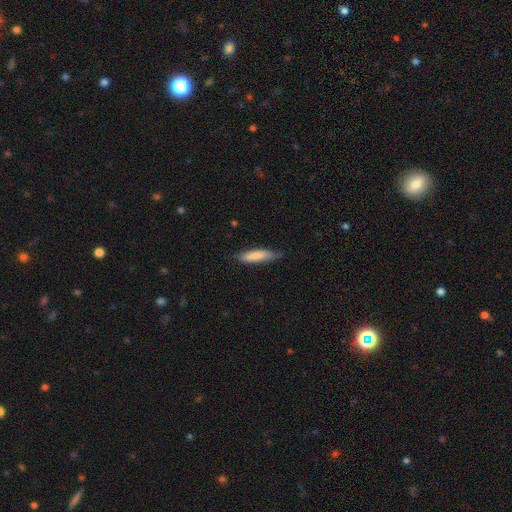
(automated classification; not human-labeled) Smooth or featured? smooth (81%)
How rounded? cigar-shaped (72%)
Merging? none (70%)